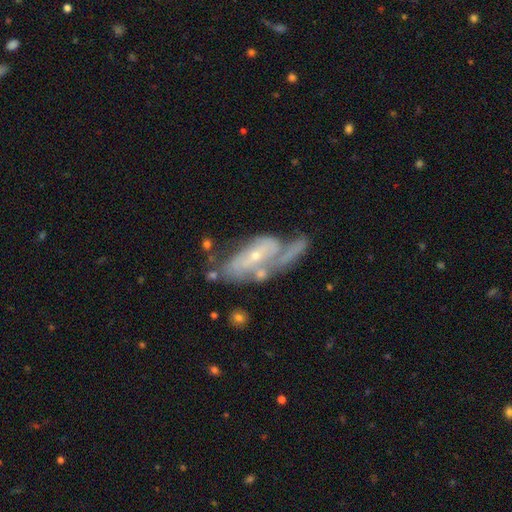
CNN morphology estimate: Smooth or featured?
  - featured or disk: 78% *
  - smooth: 15%
  - star or artifact: 6%
Edge-on disk?
  - no: 90% *
  - yes: 10%
Bar?
  - no: 55% *
  - weak: 29%
  - strong: 16%
Spiral arms?
  - yes: 80% *
  - no: 20%
Spiral winding?
  - tight: 39% *
  - medium: 37%
  - loose: 24%
Spiral arm count?
  - 2: 38% *
  - 1: 28%
  - can't tell: 25%
  - 3: 5%
  - 4: 2%
  - more than 4: 2%
Bulge size?
  - small: 75% *
  - moderate: 21%
  - none: 2%
  - large: 1%
  - dominant: 1%
Merging?
  - none: 33% *
  - major disturbance: 29%
  - minor disturbance: 22%
  - merger: 15%